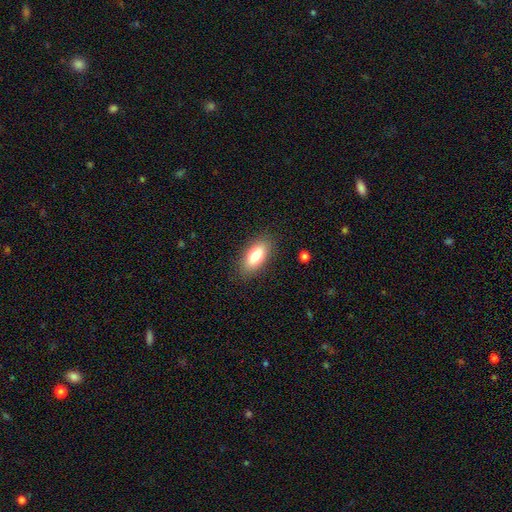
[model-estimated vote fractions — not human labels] Smooth or featured? smooth (80%)
How rounded? in between (86%)
Merging? none (86%)